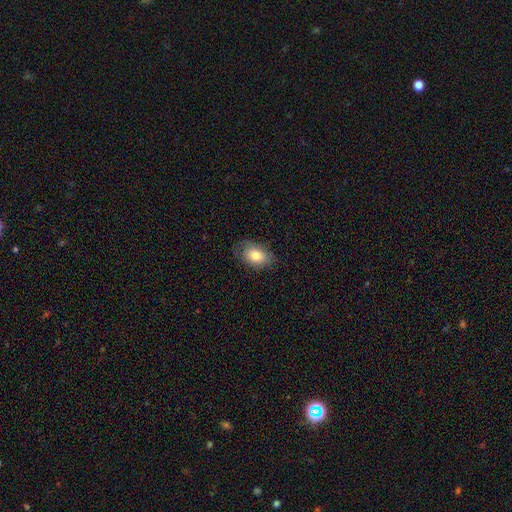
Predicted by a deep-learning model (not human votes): Smooth or featured? Predicted: smooth (p=0.76). How rounded? Predicted: in between (p=0.85). Merging? Predicted: none (p=0.72).